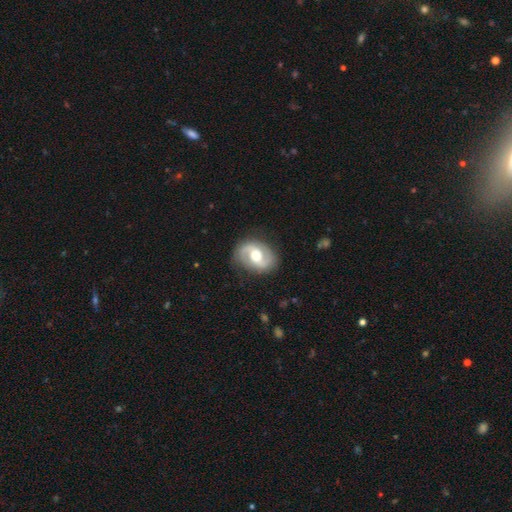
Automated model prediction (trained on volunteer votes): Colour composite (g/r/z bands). It shows a featured or disk galaxy (84%) with a weak bar (45%), 2 (92%) medium (52%) spiral arms (94%) and a moderate central bulge (73%). Merging: none (84%).